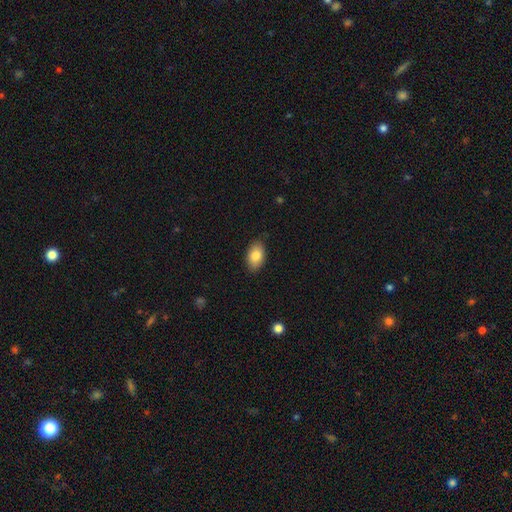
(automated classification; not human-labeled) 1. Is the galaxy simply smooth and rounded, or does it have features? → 84% smooth, 9% featured or disk, 7% star or artifact.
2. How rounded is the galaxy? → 91% in between, 7% round, 2% cigar-shaped.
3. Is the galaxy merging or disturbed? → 85% none, 12% minor disturbance, 2% major disturbance, 1% merger.